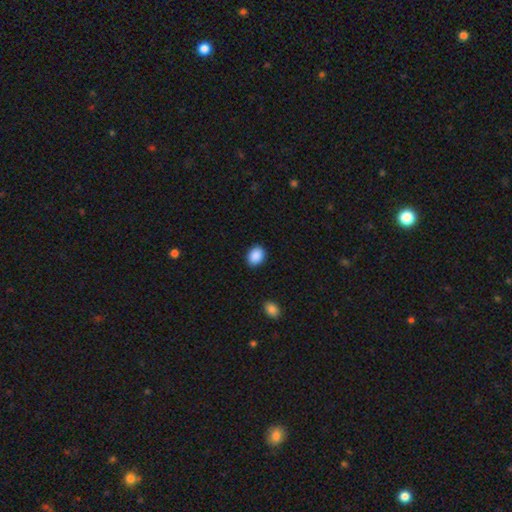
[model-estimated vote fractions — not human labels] This appears to be a smooth galaxy with no disk features (90%) that is in between round and cigar-shaped (58%). Merging: none (89%).